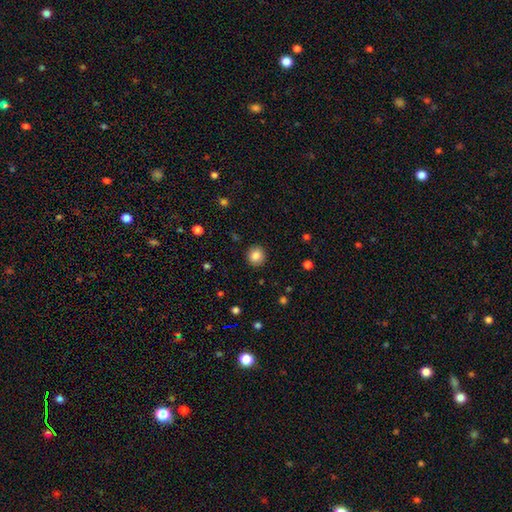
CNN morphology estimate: Smooth or featured?
  - smooth: 85% *
  - star or artifact: 10%
  - featured or disk: 5%
How rounded?
  - round: 90% *
  - in between: 9%
  - cigar-shaped: 1%
Merging?
  - none: 91% *
  - minor disturbance: 6%
  - major disturbance: 2%
  - merger: 1%